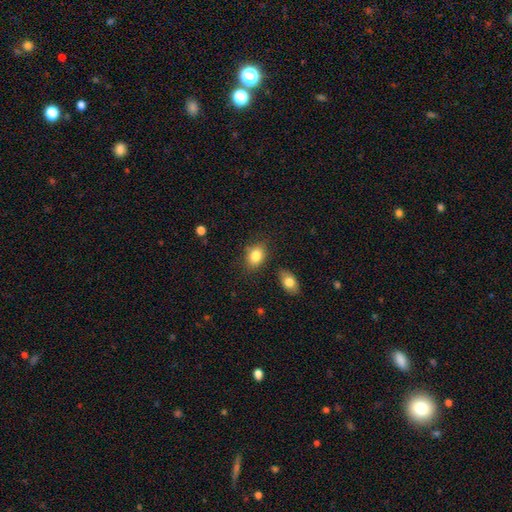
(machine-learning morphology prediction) Smooth or featured? smooth (83%)
How rounded? in between (66%)
Merging? none (77%)